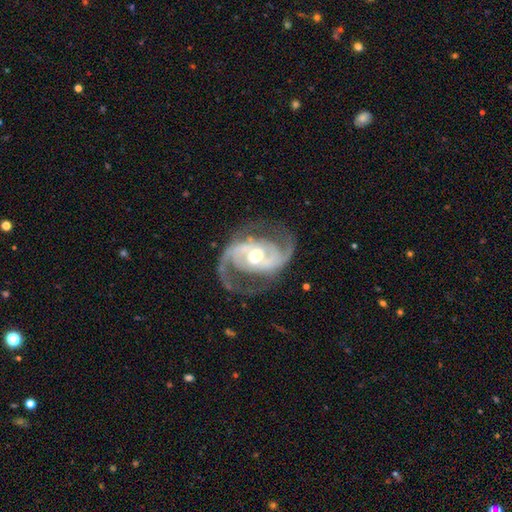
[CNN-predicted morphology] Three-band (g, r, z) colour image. It shows a featured or disk galaxy (92%) with a weak bar (39%), 2 (90%) medium (59%) spiral arms (98%) and a moderate central bulge (67%). Merging: none (76%).